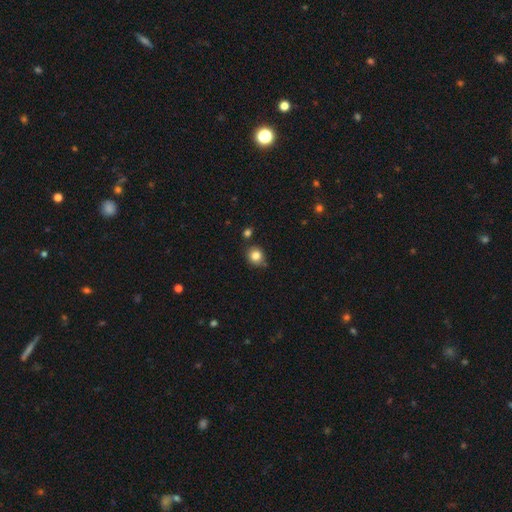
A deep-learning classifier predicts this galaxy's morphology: This appears to be a smooth galaxy with no disk features (83%) that is round (82%). Merging: none (74%).